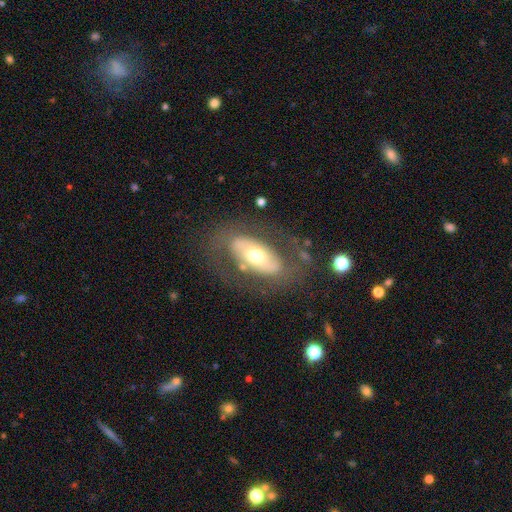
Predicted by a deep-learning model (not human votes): Morphology: type=featured or disk (57%); edge-on=no (87%); merging=none (71%).